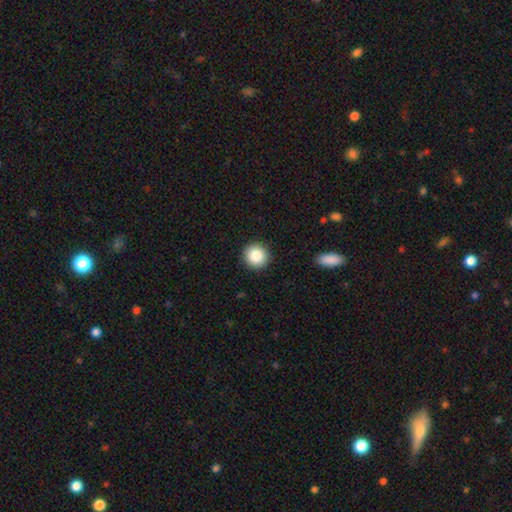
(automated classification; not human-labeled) Smooth or featured: smooth — 85% (star or artifact — 9%)
How rounded: round — 94% (in between — 5%)
Merging: none — 92% (minor disturbance — 5%)